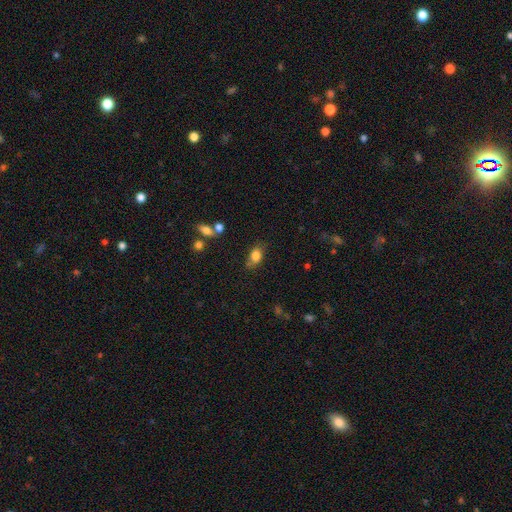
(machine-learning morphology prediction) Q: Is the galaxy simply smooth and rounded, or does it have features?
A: smooth — 83%.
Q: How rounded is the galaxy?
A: in between — 77%.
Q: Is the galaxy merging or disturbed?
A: none — 72%.